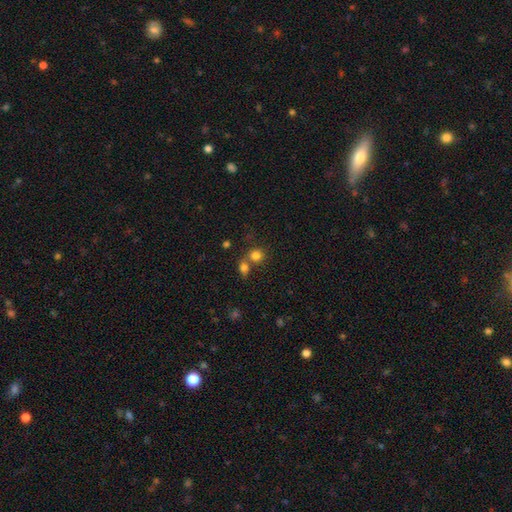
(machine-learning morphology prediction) type=smooth (80%); roundness=round (83%); merging=none (53%).